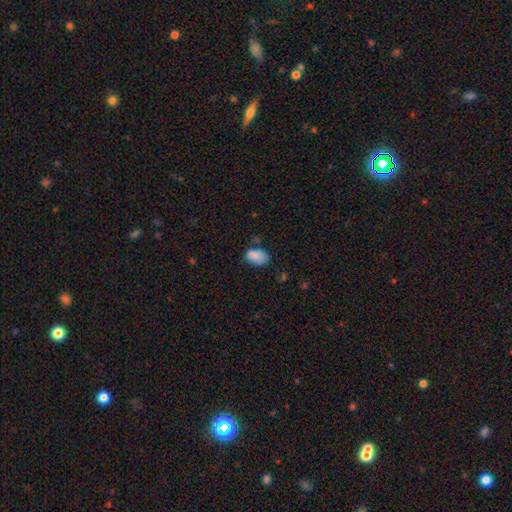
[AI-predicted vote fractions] Smooth or featured: smooth — 86% (star or artifact — 8%)
How rounded: in between — 89% (round — 10%)
Merging: none — 60% (minor disturbance — 28%)